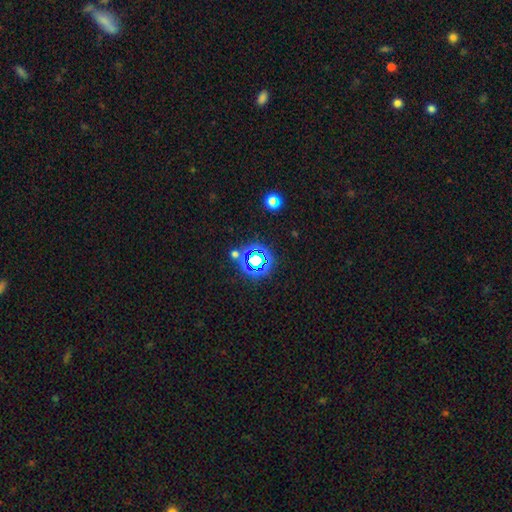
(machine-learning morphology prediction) Smooth or featured? star or artifact (69%)